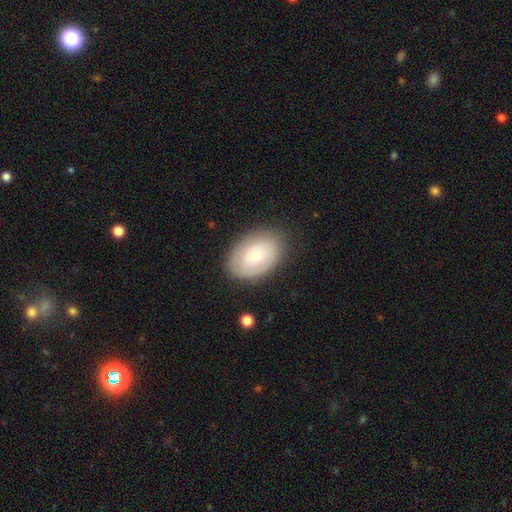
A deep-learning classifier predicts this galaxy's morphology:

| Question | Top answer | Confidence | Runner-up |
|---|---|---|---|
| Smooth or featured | smooth | 68% | featured or disk (25%) |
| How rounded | in between | 85% | round (14%) |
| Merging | none | 82% | minor disturbance (13%) |